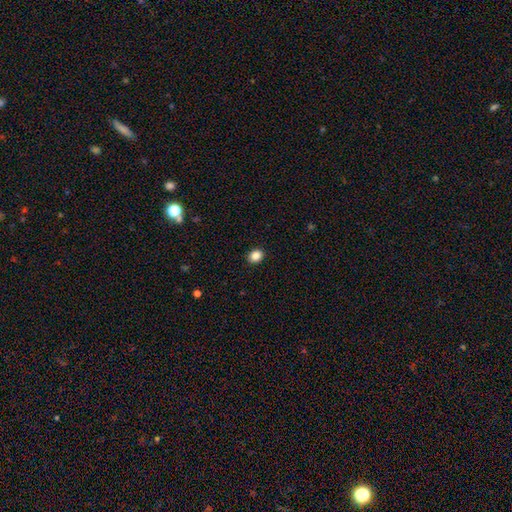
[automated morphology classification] smooth_or_featured: smooth (p=0.86) [alt: star or artifact p=0.11]
how_rounded: round (p=0.61) [alt: in between p=0.38]
merging: none (p=0.91) [alt: minor disturbance p=0.06]